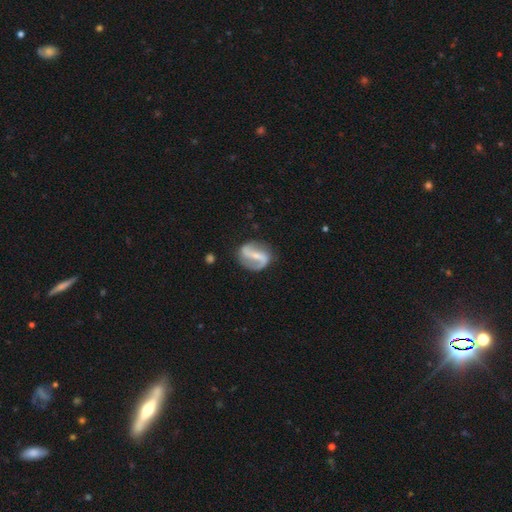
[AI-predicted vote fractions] Overall: featured or disk (85%). Edge-on disk: no (97%). Bar: strong (60%; weak 27%). Spiral arms: yes (92%). Spiral arm count: 2 (90%). Spiral winding: loose (55%; medium 33%). Bulge size: small (61%; moderate 27%). Merging: none (79%).